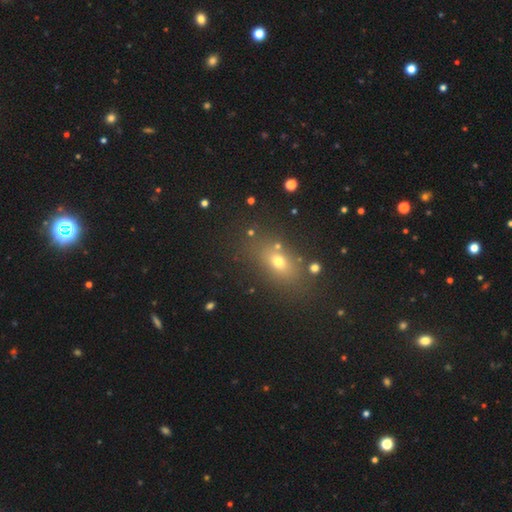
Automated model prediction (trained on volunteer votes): Smooth or featured: smooth — 53% (star or artifact — 34%)
How rounded: in between — 63% (round — 31%)
Merging: none — 81% (minor disturbance — 10%)